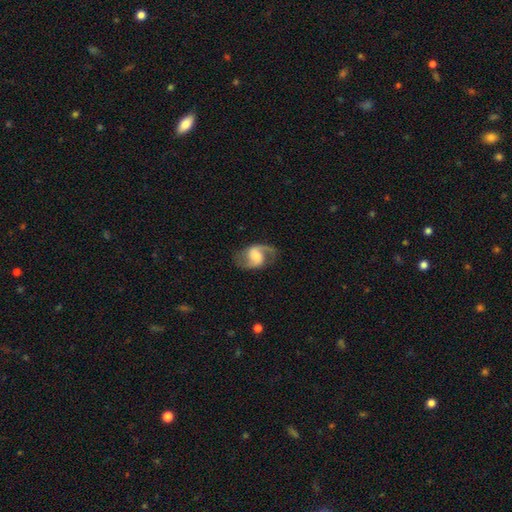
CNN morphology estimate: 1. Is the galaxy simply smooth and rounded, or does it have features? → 79% featured or disk, 14% smooth, 6% star or artifact.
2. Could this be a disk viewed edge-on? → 97% no, 3% yes.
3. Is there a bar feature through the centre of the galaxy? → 45% weak, 40% no, 16% strong.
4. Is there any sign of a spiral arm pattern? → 94% yes, 6% no.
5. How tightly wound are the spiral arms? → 47% medium, 41% loose, 11% tight.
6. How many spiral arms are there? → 86% 2, 8% 1, 3% can't tell, 1% 3, 1% 4, 1% more than 4.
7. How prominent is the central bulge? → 34% moderate, 26% large, 23% small, 13% none, 4% dominant.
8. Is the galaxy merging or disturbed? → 72% none, 16% minor disturbance, 10% major disturbance, 1% merger.